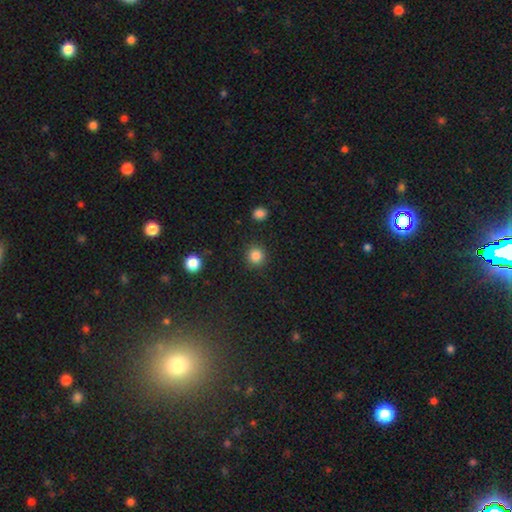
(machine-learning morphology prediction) Smooth or featured? smooth (85%)
How rounded? round (93%)
Merging? none (91%)